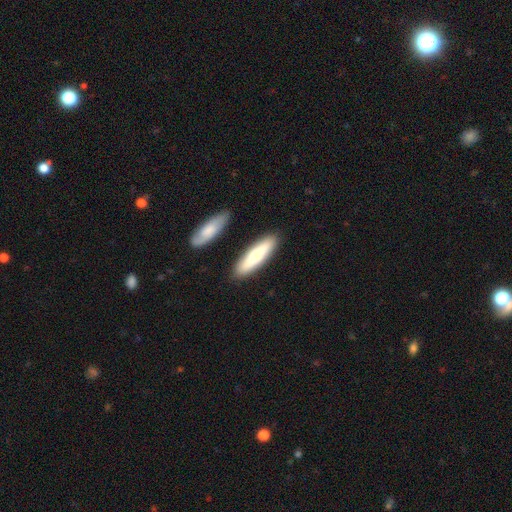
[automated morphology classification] This appears to be a smooth galaxy with no disk features (60%) that is cigar-shaped (67%). Merging: none (85%).